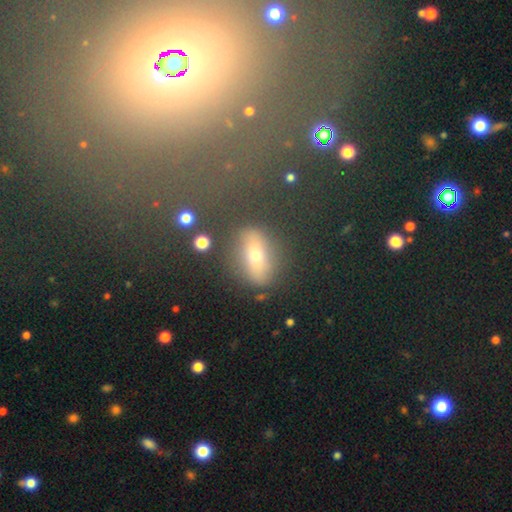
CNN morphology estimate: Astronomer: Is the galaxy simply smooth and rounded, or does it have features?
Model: smooth — 55%.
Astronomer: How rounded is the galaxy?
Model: in between — 67%.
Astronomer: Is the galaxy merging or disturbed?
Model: none — 73%.